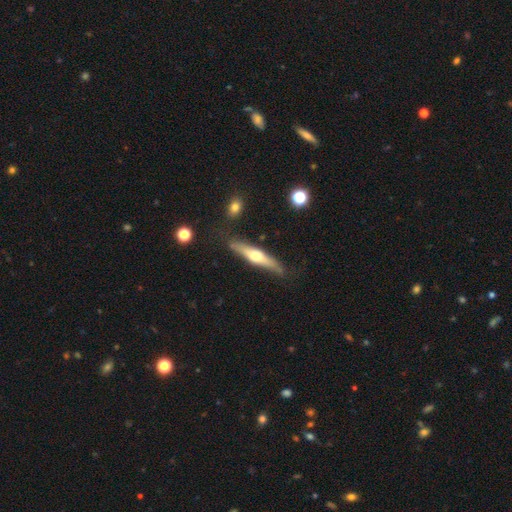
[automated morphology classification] This is possibly a featured or disk galaxy (56%). It is clearly viewed edge-on (92%). Edge-on bulge: clearly rounded (87%). Merging: likely none (79%).